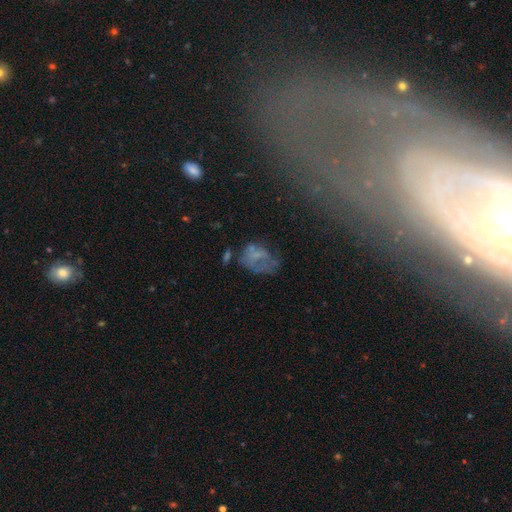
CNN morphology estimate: Smooth or featured: smooth — 43% (featured or disk — 37%)
Merging: none — 36% (major disturbance — 30%)